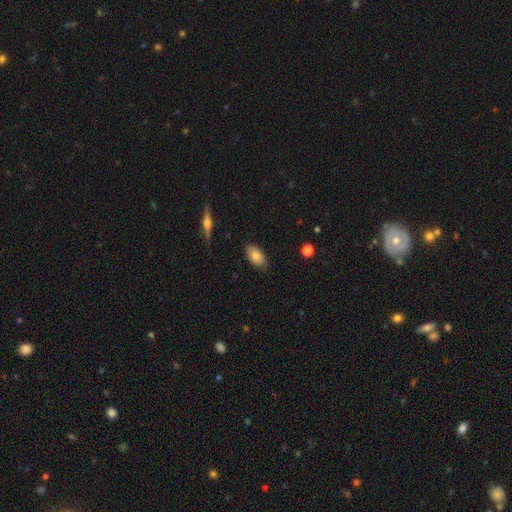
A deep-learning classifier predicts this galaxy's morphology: This is likely a smooth galaxy (76%). How rounded: clearly in between (92%). Merging: likely none (80%).